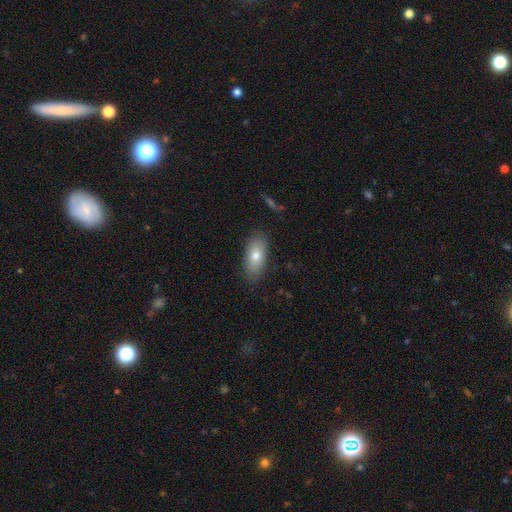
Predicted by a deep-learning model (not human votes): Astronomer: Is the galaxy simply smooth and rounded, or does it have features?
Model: smooth — 77%.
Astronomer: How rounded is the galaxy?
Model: in between — 86%.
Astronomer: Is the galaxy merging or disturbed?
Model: none — 85%.